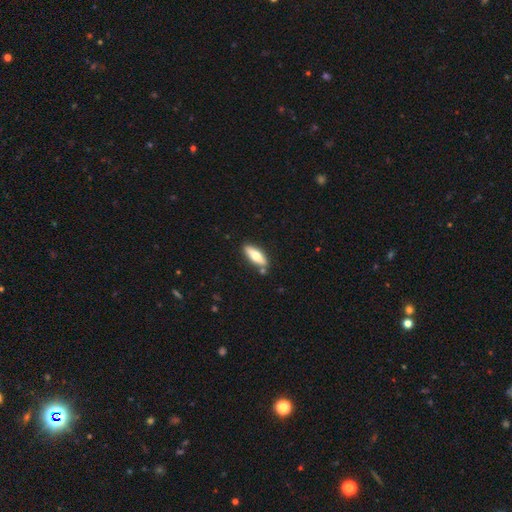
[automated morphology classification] This is likely a smooth galaxy (61%). How rounded: possibly in between (56%). Merging: clearly none (84%).